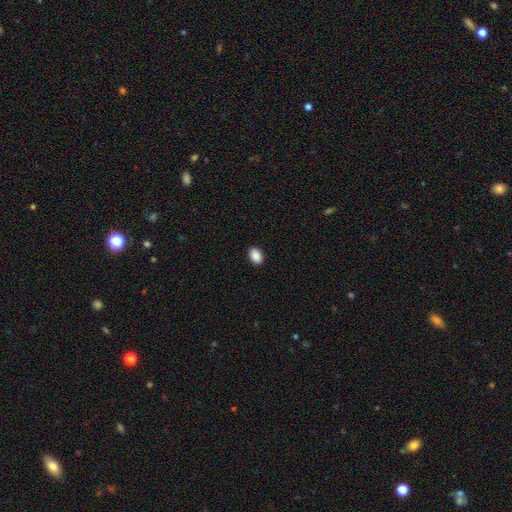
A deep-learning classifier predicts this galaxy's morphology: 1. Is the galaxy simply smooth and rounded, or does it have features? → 90% smooth, 7% star or artifact, 3% featured or disk.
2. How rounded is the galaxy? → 83% in between, 16% round, 1% cigar-shaped.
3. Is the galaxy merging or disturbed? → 91% none, 7% minor disturbance, 2% major disturbance, 1% merger.